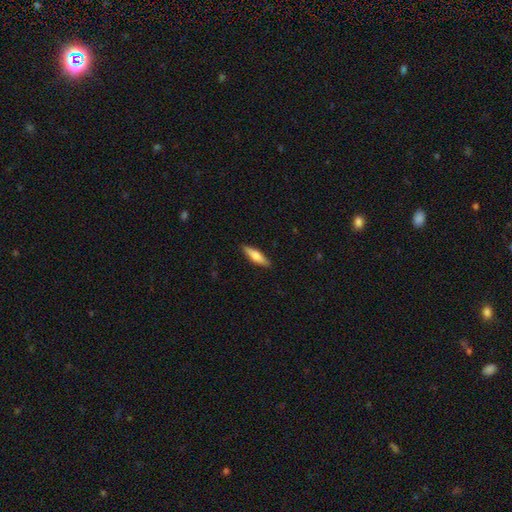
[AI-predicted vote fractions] This appears to be a smooth galaxy with no disk features (62%) that is cigar-shaped (68%). Merging: none (89%).